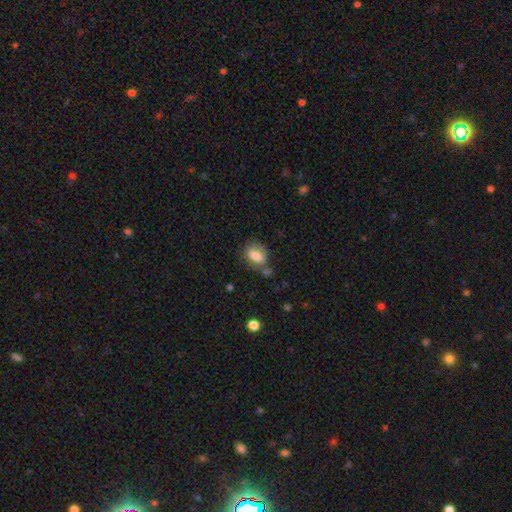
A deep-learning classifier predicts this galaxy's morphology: Smooth or featured: smooth — 81% (featured or disk — 11%)
How rounded: in between — 82% (round — 16%)
Merging: none — 59% (minor disturbance — 21%)